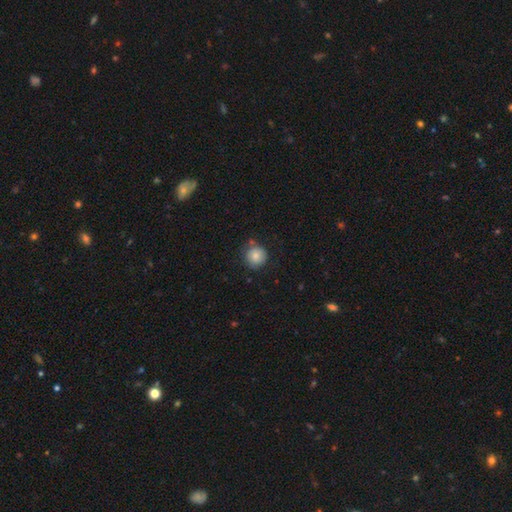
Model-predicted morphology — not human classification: This is clearly a smooth galaxy (83%). How rounded: clearly round (93%). Merging: likely none (78%).